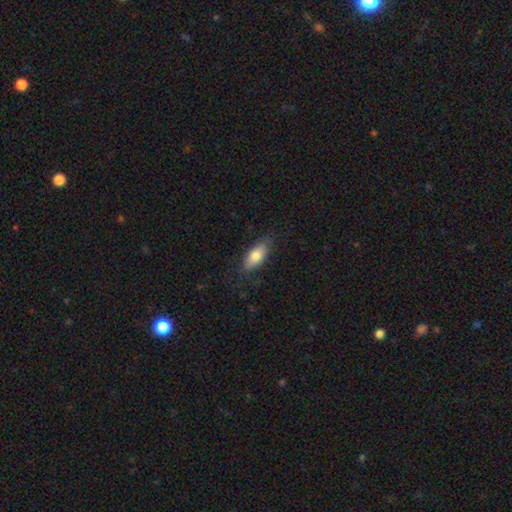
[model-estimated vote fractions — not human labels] Smooth or featured: smooth — 76% (featured or disk — 18%)
How rounded: in between — 81% (cigar-shaped — 17%)
Merging: none — 80% (minor disturbance — 15%)